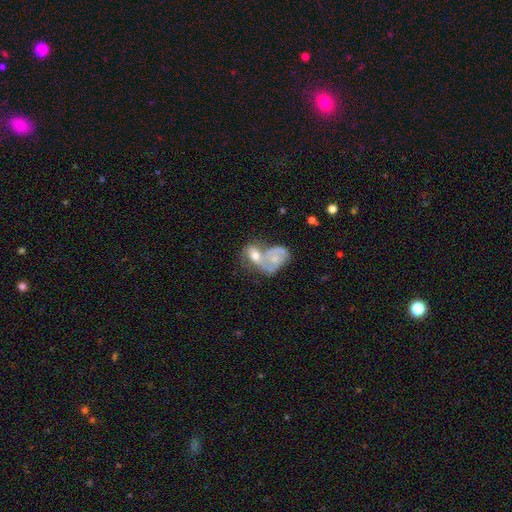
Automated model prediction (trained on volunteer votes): Smooth or featured? featured or disk (55%)
Edge-on disk? no (96%)
Bar? no (79%)
Spiral arms? no (55%)
Bulge size? moderate (41%)
Merging? merger (58%)